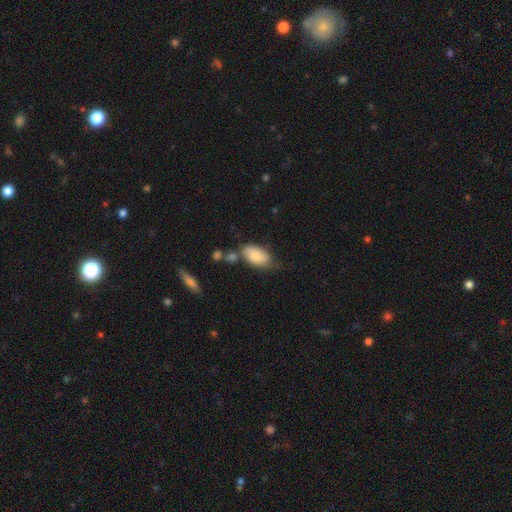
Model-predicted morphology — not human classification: Smooth or featured?
  - smooth: 84% *
  - featured or disk: 10%
  - star or artifact: 6%
How rounded?
  - in between: 94% *
  - round: 4%
  - cigar-shaped: 2%
Merging?
  - none: 53% *
  - minor disturbance: 26%
  - merger: 12%
  - major disturbance: 8%